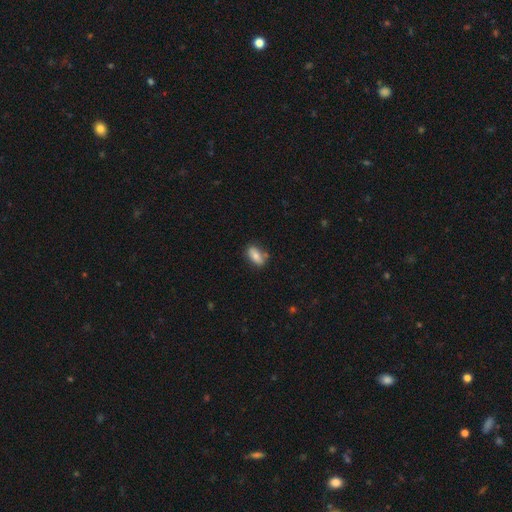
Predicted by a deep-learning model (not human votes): smooth_or_featured: smooth (p=0.76) [alt: featured or disk p=0.17]
how_rounded: in between (p=0.84) [alt: cigar-shaped p=0.11]
merging: none (p=0.73) [alt: minor disturbance p=0.17]